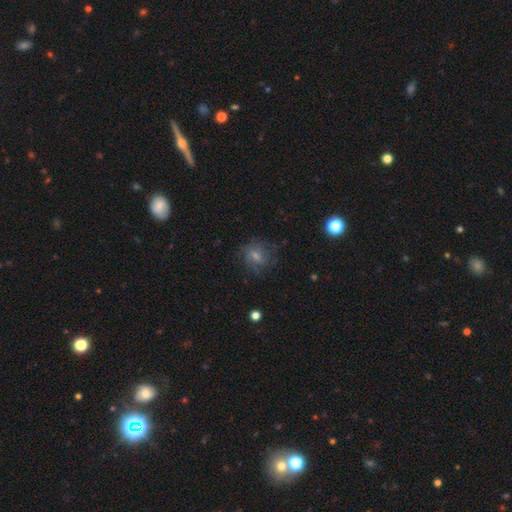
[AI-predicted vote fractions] The model was most divided on "smooth or featured": smooth: 40%, featured or disk: 37%, star or artifact: 23%. More confident: merging — none (73%).